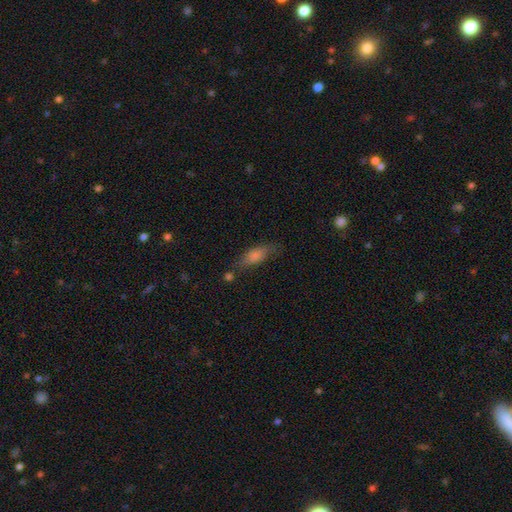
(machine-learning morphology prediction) This appears to be a smooth galaxy with no disk features (67%) that is in between round and cigar-shaped (55%). Merging: none (67%).